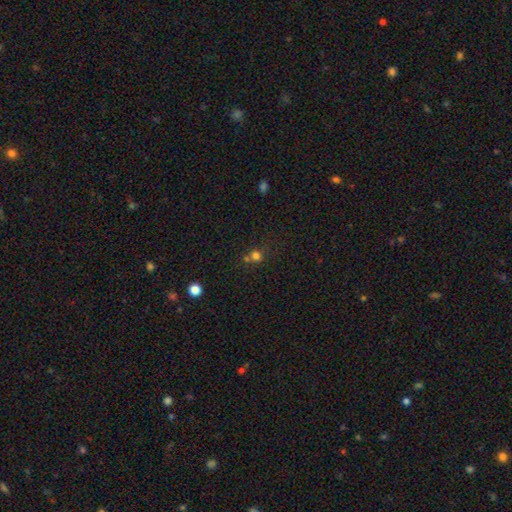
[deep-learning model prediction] A smooth galaxy with no disk features (72%) that is round (85%). Merging: none (54%).